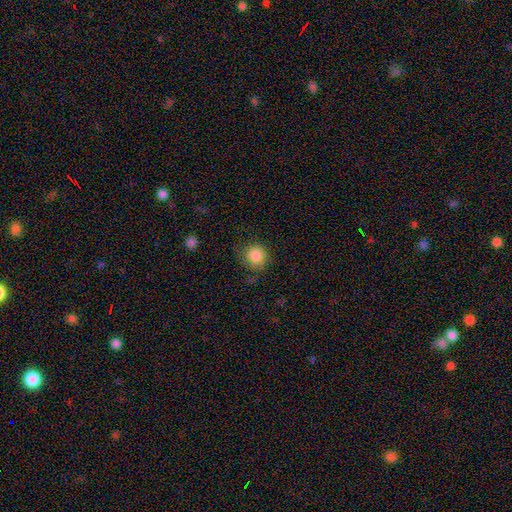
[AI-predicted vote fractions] This appears to be a smooth galaxy with no disk features (85%) that is round (89%). Merging: none (73%).